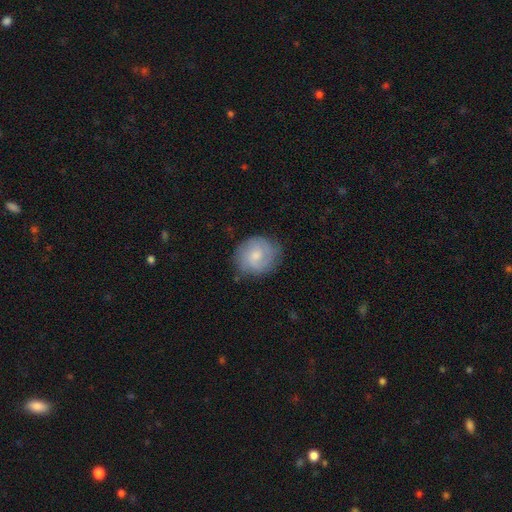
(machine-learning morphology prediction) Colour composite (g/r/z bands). It shows a featured or disk galaxy (49%). Merging: none (75%).